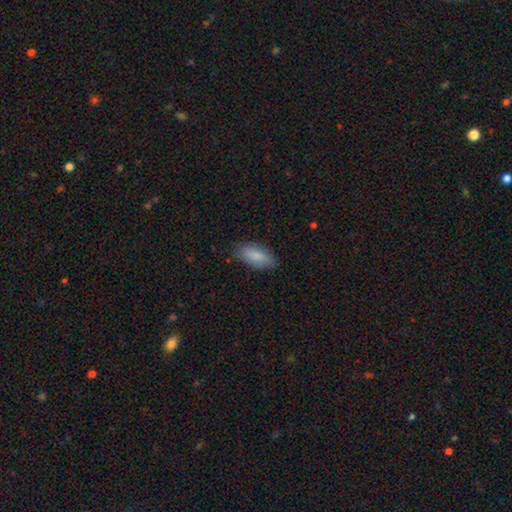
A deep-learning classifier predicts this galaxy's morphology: Q: Smooth or featured?
A: smooth (85%); runner-up: featured or disk (8%)
Q: How rounded?
A: in between (85%); runner-up: cigar-shaped (13%)
Q: Merging?
A: none (79%); runner-up: minor disturbance (16%)